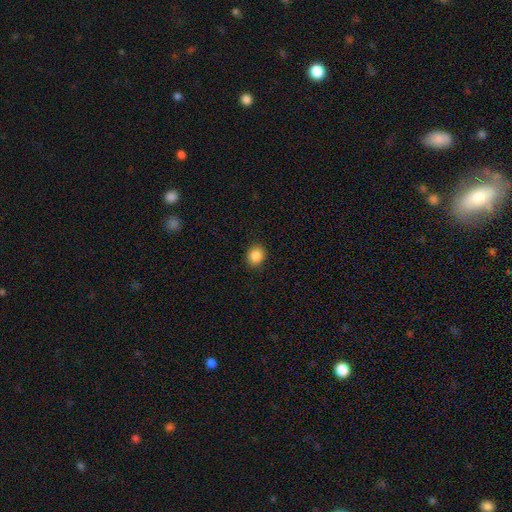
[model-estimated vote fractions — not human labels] Smooth or featured? smooth (87%)
How rounded? round (71%)
Merging? none (90%)